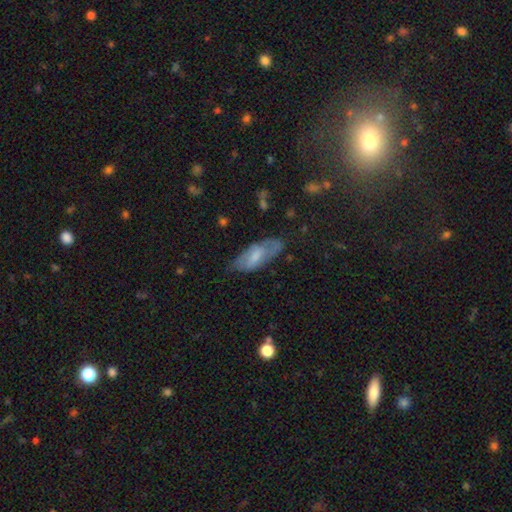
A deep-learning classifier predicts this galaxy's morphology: A smooth galaxy with no disk features (52%) that is in between round and cigar-shaped (79%).

Vote fractions:
- Smooth or featured? smooth: 52% / featured or disk: 41% / star or artifact: 7%
- How rounded? in between: 79% / cigar-shaped: 19% / round: 2%
- Merging? none: 61% / minor disturbance: 27% / major disturbance: 10% / merger: 2%